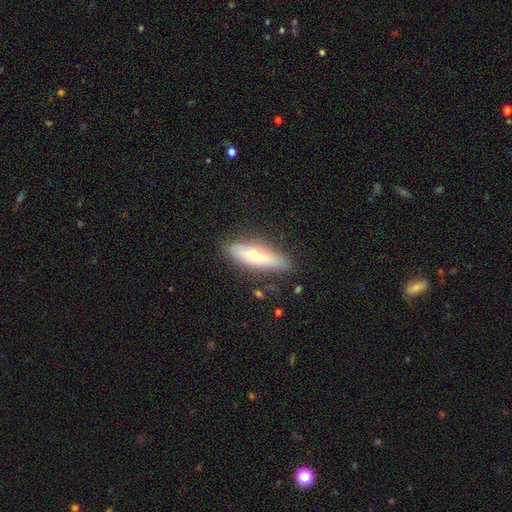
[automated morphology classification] Q: Smooth or featured?
A: smooth (56%); runner-up: featured or disk (37%)
Q: How rounded?
A: cigar-shaped (62%); runner-up: in between (36%)
Q: Merging?
A: none (82%); runner-up: minor disturbance (13%)